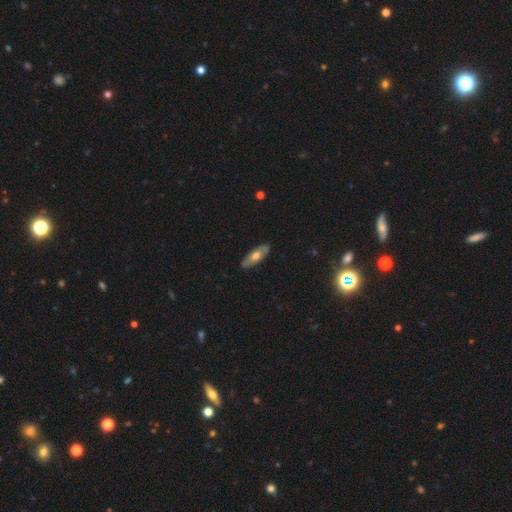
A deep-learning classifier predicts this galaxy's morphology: Smooth or featured?
  - smooth: 48% *
  - featured or disk: 46%
  - star or artifact: 5%
Merging?
  - none: 87% *
  - minor disturbance: 10%
  - major disturbance: 2%
  - merger: 1%